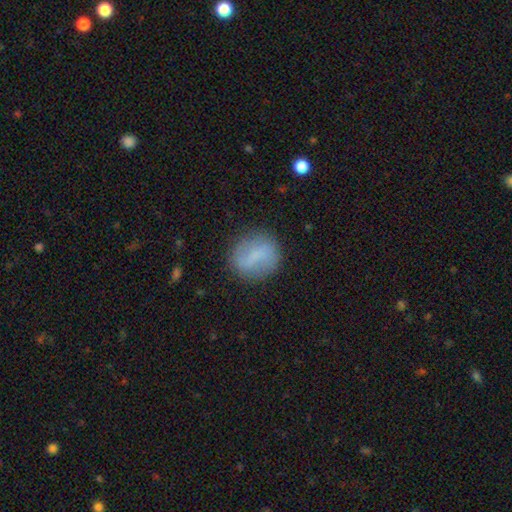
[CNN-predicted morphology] This is possibly a smooth galaxy (58%). How rounded: likely round (71%). Merging: clearly none (81%).